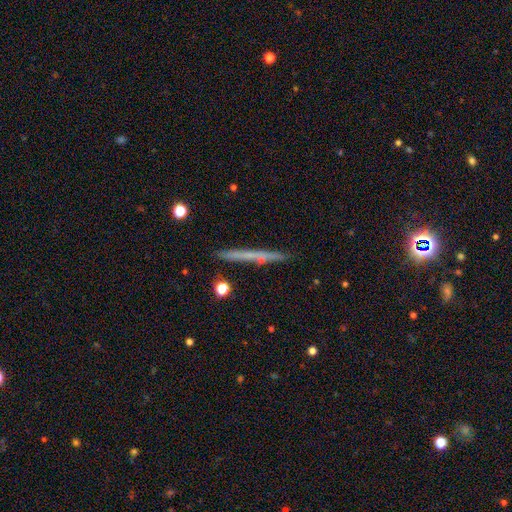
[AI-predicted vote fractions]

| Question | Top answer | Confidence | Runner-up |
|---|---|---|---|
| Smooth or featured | featured or disk | 49% | smooth (41%) |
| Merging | none | 88% | minor disturbance (8%) |